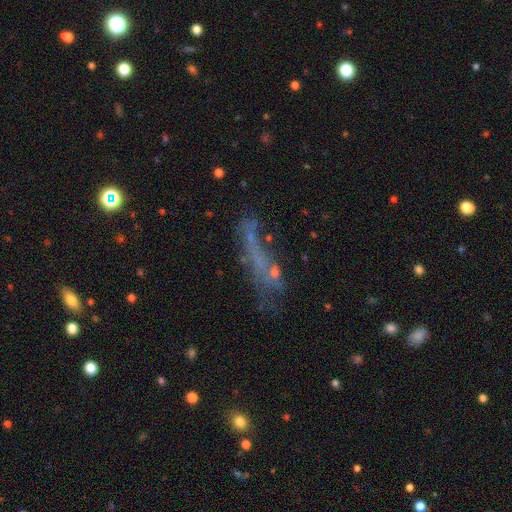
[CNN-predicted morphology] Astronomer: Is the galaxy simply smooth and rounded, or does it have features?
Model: smooth — 42% (runner-up: featured or disk, 37%).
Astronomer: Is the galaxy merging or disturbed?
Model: none — 42% (runner-up: major disturbance, 26%).